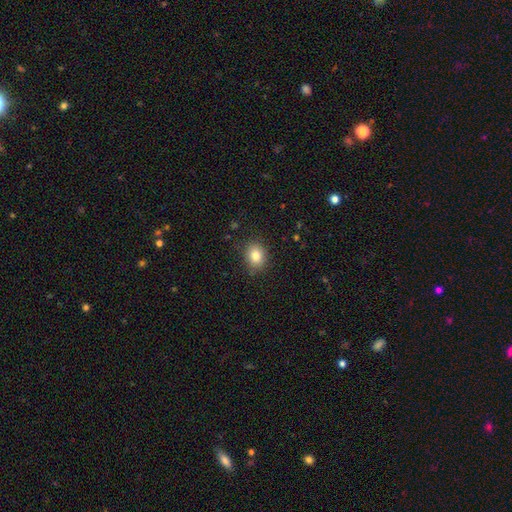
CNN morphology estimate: Smooth or featured? Predicted: smooth (p=0.82). How rounded? Predicted: round (p=0.57). Merging? Predicted: none (p=0.84).